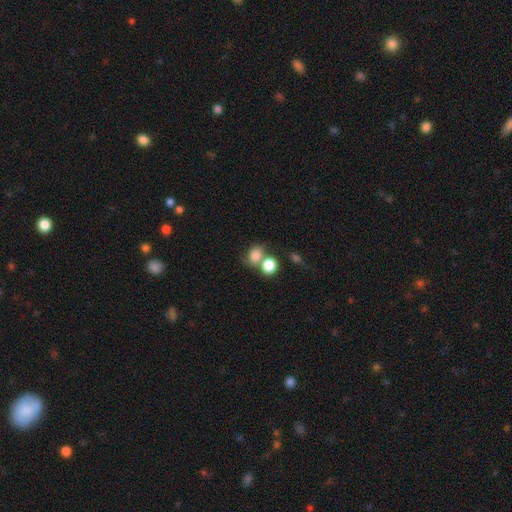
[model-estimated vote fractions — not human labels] A smooth galaxy with no disk features (80%) that is round (58%).

Vote fractions:
- Smooth or featured? smooth: 80% / star or artifact: 10% / featured or disk: 10%
- How rounded? round: 58% / in between: 41% / cigar-shaped: 1%
- Merging? merger: 48% / none: 36% / minor disturbance: 11% / major disturbance: 6%